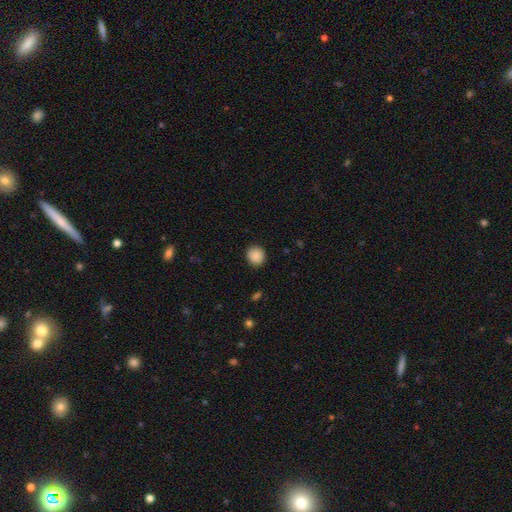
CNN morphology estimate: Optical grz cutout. It shows a smooth galaxy with no disk features (89%) that is round (88%). Merging: none (90%).